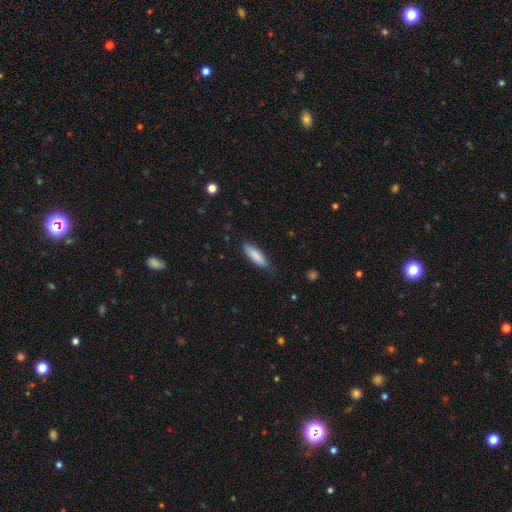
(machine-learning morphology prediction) Overall: smooth (86%). How rounded: cigar-shaped (50%; in between 49%). Merging: none (82%).